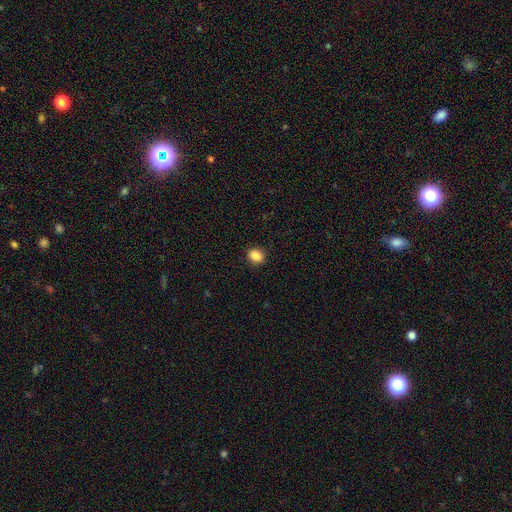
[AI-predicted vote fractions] smooth 88%, star or artifact 9%, featured or disk 3%. Down the decision tree: how rounded — round (62%); merging — none (89%).